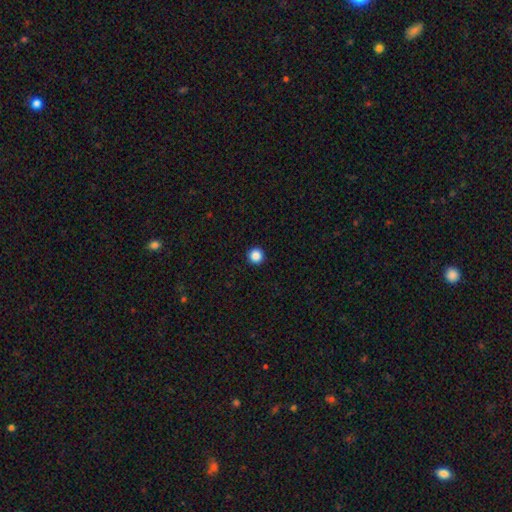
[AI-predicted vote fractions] Smooth or featured?
  - smooth: 87% *
  - star or artifact: 10%
  - featured or disk: 3%
How rounded?
  - round: 96% *
  - in between: 3%
  - cigar-shaped: 1%
Merging?
  - none: 94% *
  - minor disturbance: 4%
  - major disturbance: 1%
  - merger: 1%